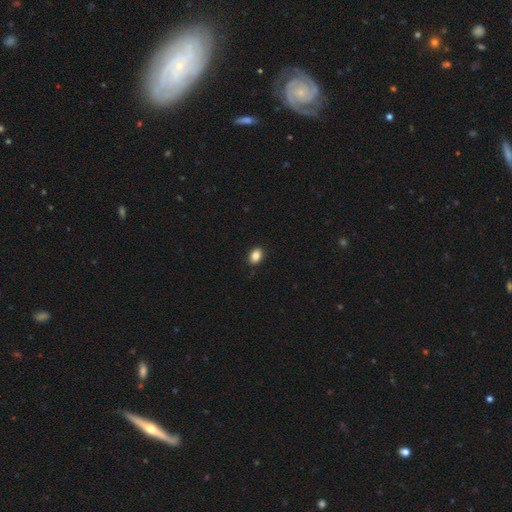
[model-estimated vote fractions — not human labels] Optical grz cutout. It shows a smooth galaxy with no disk features (86%) that is in between round and cigar-shaped (73%). Merging: none (90%).